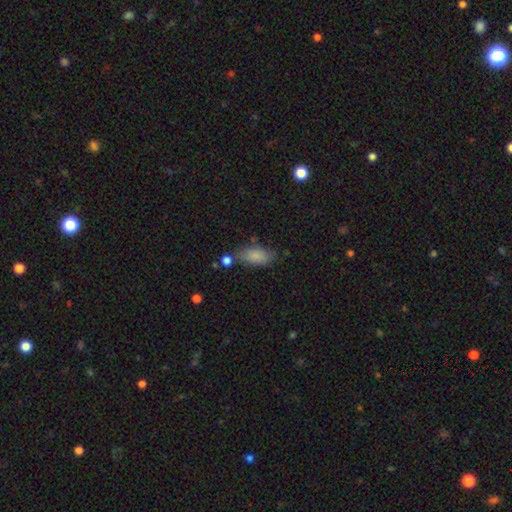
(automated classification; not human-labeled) Morphology: type=smooth (84%); roundness=in between (87%); merging=none (66%).